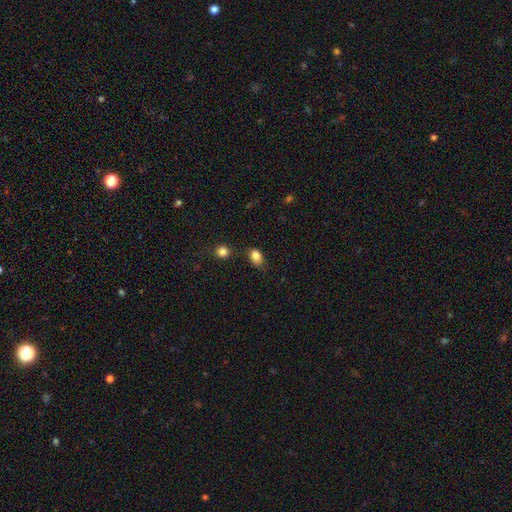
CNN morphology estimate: smooth-or-featured: smooth: 84% | star or artifact: 10% | featured or disk: 6%
  how-rounded: in between: 79% | round: 19% | cigar-shaped: 2%
  merging: none: 64% | minor disturbance: 25% | major disturbance: 6% | merger: 6%